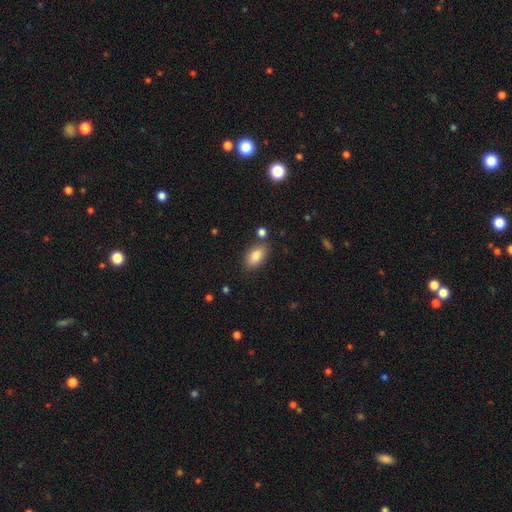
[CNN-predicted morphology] This appears to be a smooth galaxy with no disk features (84%) that is in between round and cigar-shaped (92%). Merging: none (79%).